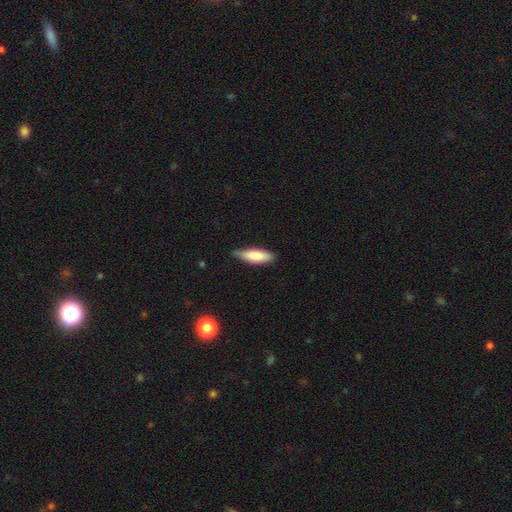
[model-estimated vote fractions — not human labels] Smooth or featured?
  - smooth: 84% *
  - featured or disk: 10%
  - star or artifact: 6%
How rounded?
  - in between: 56% *
  - cigar-shaped: 42%
  - round: 2%
Merging?
  - none: 73% *
  - minor disturbance: 22%
  - major disturbance: 3%
  - merger: 1%